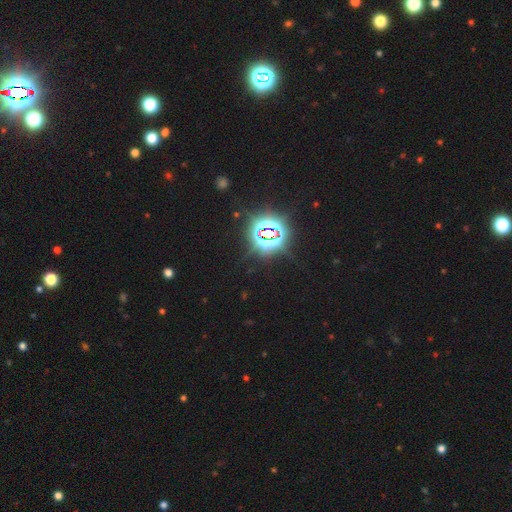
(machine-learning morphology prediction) type=star or artifact (83%).